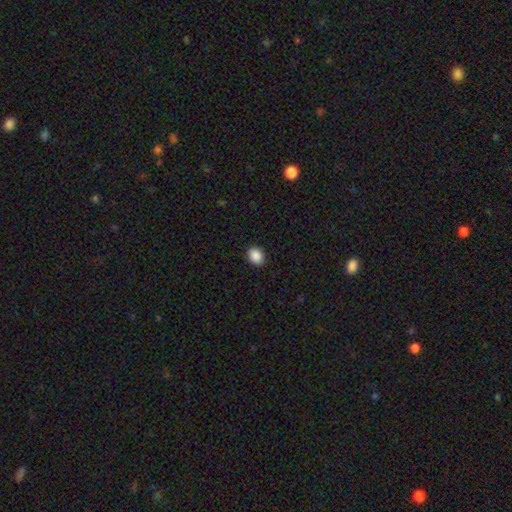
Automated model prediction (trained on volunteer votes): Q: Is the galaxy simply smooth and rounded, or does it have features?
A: smooth — 88%.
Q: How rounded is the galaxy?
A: round — 53%.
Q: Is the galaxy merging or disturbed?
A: none — 90%.